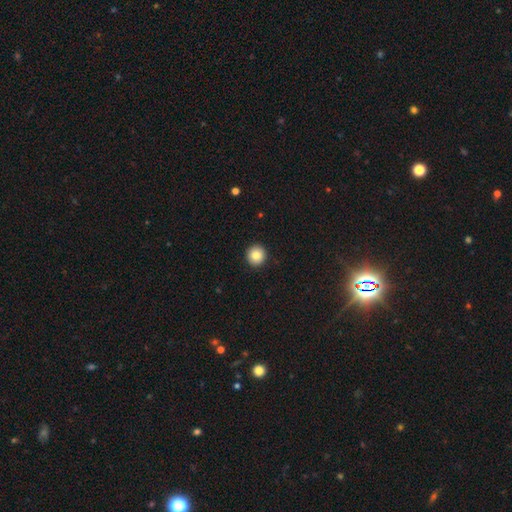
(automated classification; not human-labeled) smooth-or-featured: smooth: 85% | star or artifact: 9% | featured or disk: 6%
  how-rounded: round: 94% | in between: 5% | cigar-shaped: 1%
  merging: none: 93% | minor disturbance: 5% | major disturbance: 2% | merger: 1%